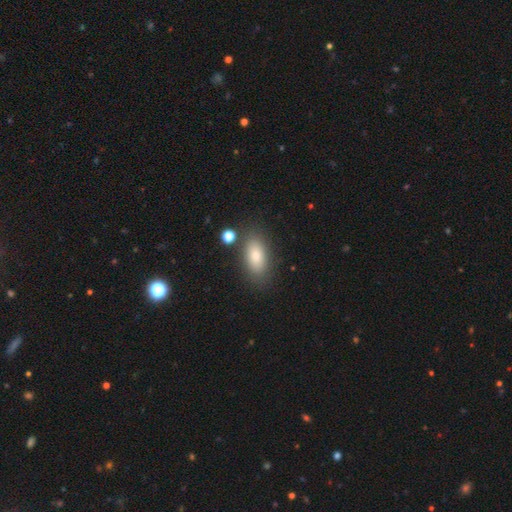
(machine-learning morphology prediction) This appears to be a smooth galaxy with no disk features (82%) that is in between round and cigar-shaped (89%). Merging: none (79%).